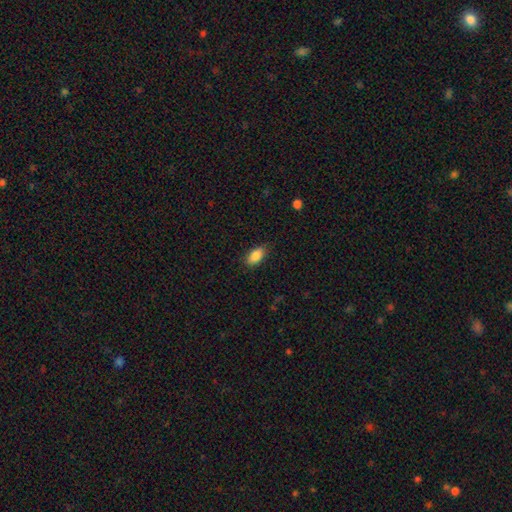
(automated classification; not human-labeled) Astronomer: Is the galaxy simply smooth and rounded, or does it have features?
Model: smooth — 88%.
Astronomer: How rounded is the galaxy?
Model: in between — 92%.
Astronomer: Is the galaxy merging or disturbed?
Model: none — 83%.